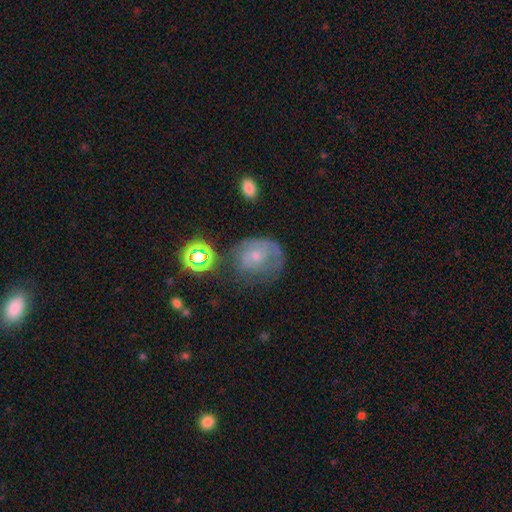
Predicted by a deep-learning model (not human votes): smooth-or-featured: featured or disk: 50% | smooth: 35% | star or artifact: 15%
  disk-edge-on: no: 96% | yes: 4%
  merging: none: 41% | minor disturbance: 28% | major disturbance: 26% | merger: 5%